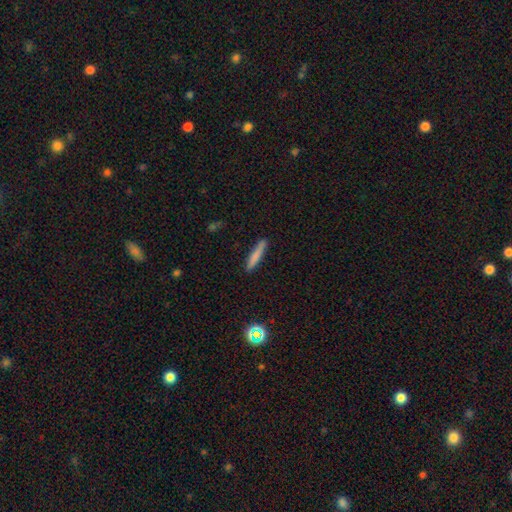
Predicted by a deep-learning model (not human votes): smooth-or-featured: smooth: 75% | featured or disk: 18% | star or artifact: 7%
  how-rounded: cigar-shaped: 92% | in between: 7% | round: 1%
  merging: none: 88% | minor disturbance: 9% | major disturbance: 2% | merger: 1%